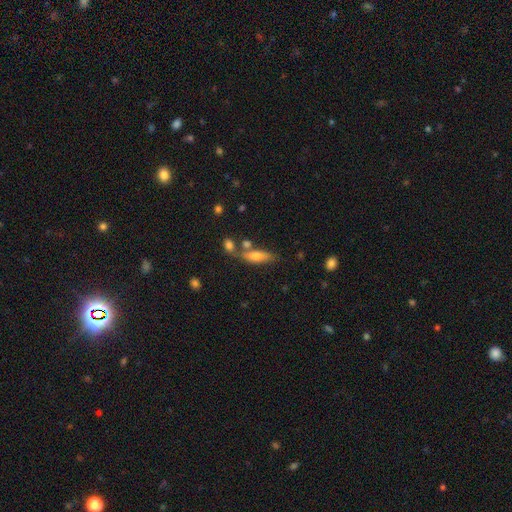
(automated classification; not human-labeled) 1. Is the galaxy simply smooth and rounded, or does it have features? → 63% smooth, 28% featured or disk, 9% star or artifact.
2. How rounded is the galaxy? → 50% cigar-shaped, 47% in between, 3% round.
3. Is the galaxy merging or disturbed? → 58% none, 20% merger, 16% minor disturbance, 6% major disturbance.